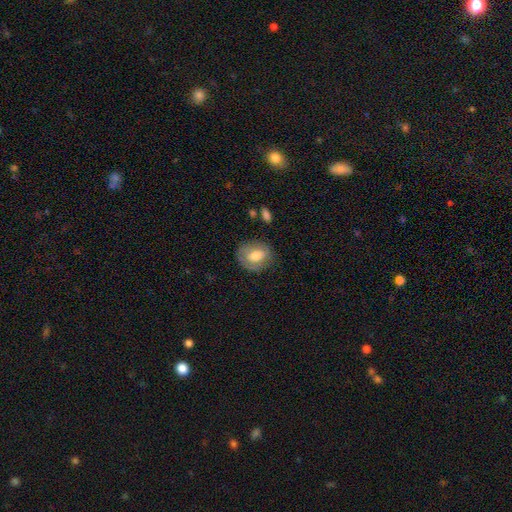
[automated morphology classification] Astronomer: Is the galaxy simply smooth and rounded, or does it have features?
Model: smooth — 61%.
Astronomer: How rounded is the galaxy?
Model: in between — 51% (runner-up: round, 47%).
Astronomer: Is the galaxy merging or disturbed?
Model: none — 71%.